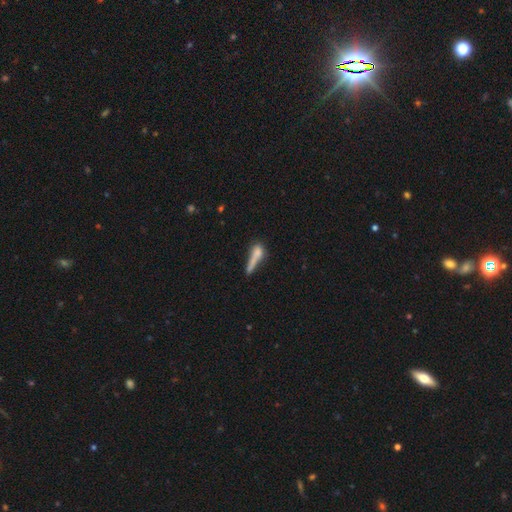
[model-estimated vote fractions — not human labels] Q: Smooth or featured?
A: smooth (66%); runner-up: featured or disk (24%)
Q: How rounded?
A: cigar-shaped (72%); runner-up: in between (22%)
Q: Merging?
A: none (35%); runner-up: merger (23%)